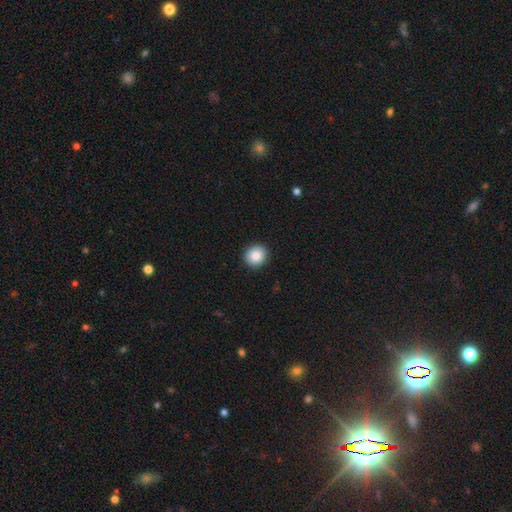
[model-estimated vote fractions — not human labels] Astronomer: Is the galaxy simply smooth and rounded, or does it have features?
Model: smooth — 87%.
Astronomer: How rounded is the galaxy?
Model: round — 90%.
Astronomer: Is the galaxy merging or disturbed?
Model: none — 92%.